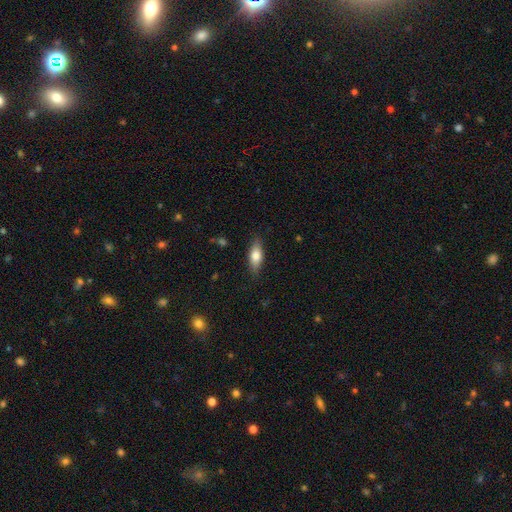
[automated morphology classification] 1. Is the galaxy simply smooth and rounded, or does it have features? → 71% smooth, 22% featured or disk, 6% star or artifact.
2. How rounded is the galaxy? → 72% in between, 25% cigar-shaped, 3% round.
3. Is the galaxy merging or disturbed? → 85% none, 12% minor disturbance, 3% major disturbance, 1% merger.